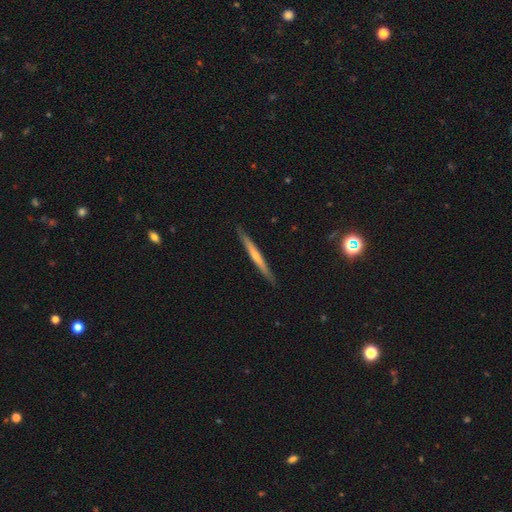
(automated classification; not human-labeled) A featured or disk galaxy (55%) viewed edge-on (97%) with no central bulge (51%).

Vote fractions:
- Smooth or featured? featured or disk: 55% / smooth: 39% / star or artifact: 6%
- Edge-on disk? yes: 97% / no: 3%
- Edge-on bulge? none: 51% / rounded: 44% / boxy: 4%
- Merging? none: 90% / minor disturbance: 8% / major disturbance: 1% / merger: 1%